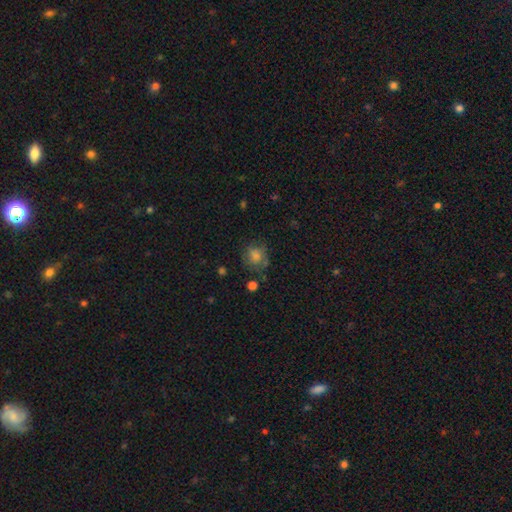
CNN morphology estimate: Overall: smooth (59%; featured or disk 25%). How rounded: round (73%). Merging: none (61%; minor disturbance 22%).